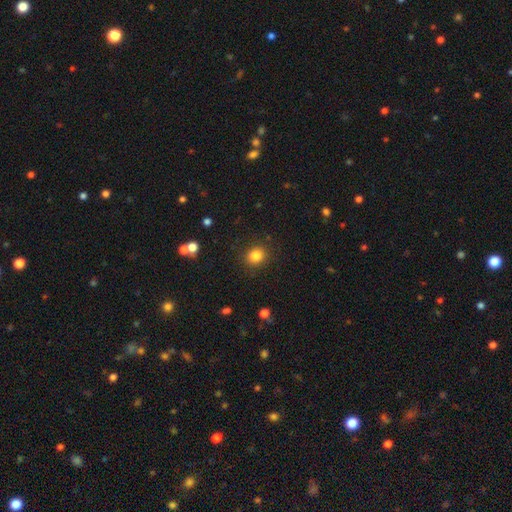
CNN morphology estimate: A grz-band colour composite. It shows a smooth galaxy with no disk features (84%) that is round (78%). Merging: none (89%).